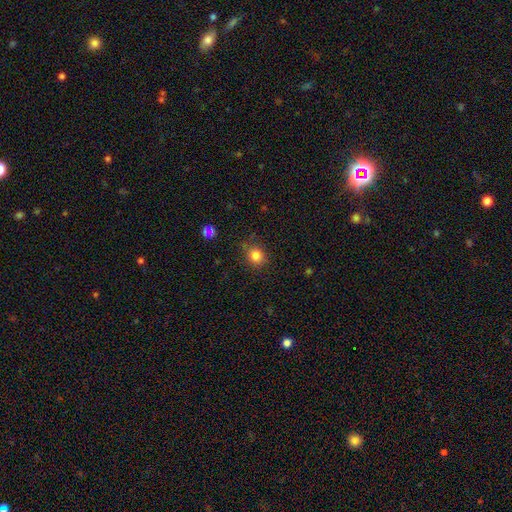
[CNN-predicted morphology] Smooth or featured: smooth — 83% (star or artifact — 12%)
How rounded: round — 75% (in between — 24%)
Merging: none — 79% (minor disturbance — 15%)